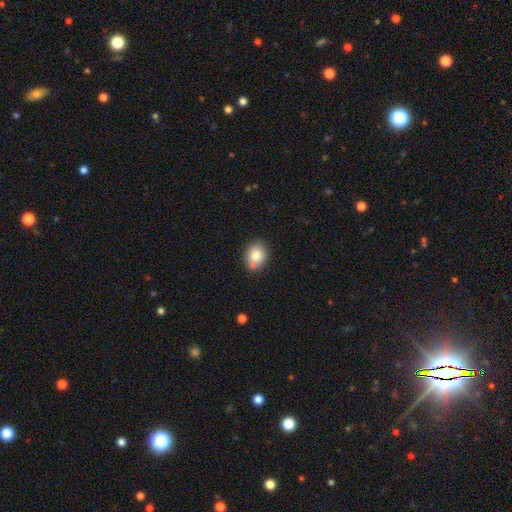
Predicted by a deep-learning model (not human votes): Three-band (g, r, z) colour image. It shows a smooth galaxy with no disk features (81%) that is round (58%). Merging: none (71%).